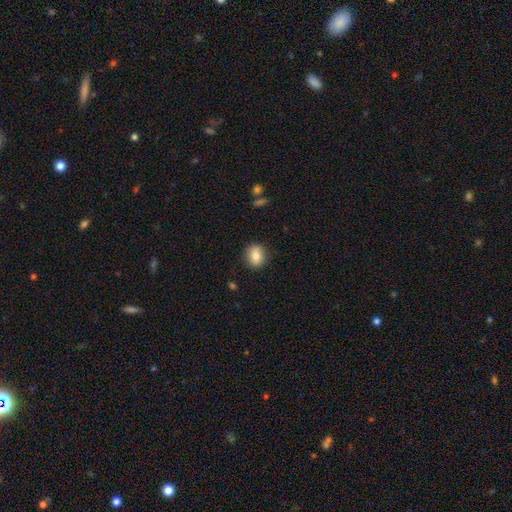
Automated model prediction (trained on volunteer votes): Overall: smooth (82%). How rounded: round (61%; in between 38%). Merging: none (87%).